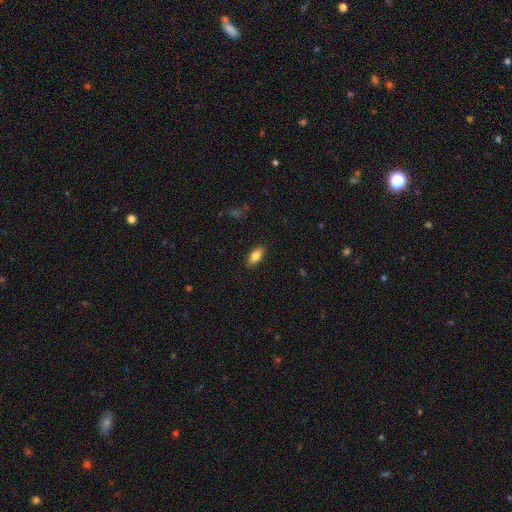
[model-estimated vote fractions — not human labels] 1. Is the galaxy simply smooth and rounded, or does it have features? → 80% smooth, 12% featured or disk, 7% star or artifact.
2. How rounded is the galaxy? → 87% in between, 10% cigar-shaped, 3% round.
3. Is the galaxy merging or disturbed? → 88% none, 9% minor disturbance, 2% major disturbance, 1% merger.